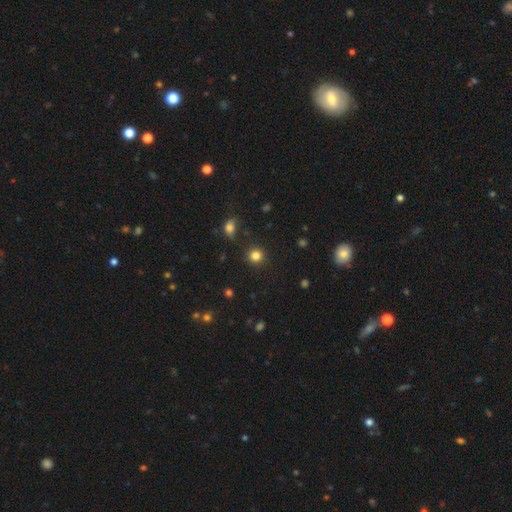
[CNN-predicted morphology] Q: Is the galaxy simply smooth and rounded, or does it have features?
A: smooth — 83%.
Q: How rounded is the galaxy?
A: round — 91%.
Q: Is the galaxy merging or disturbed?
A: none — 87%.